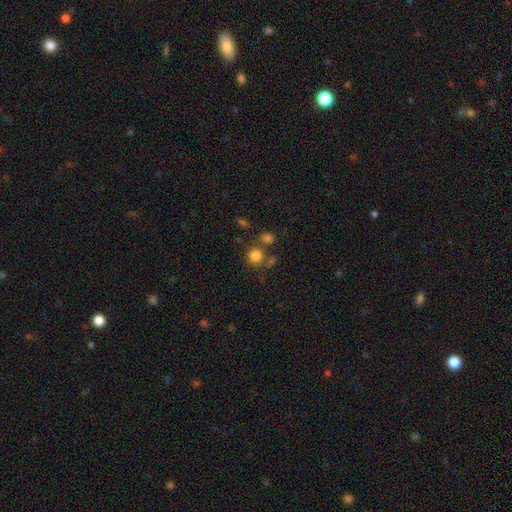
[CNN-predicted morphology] smooth_or_featured: smooth (p=0.81) [alt: star or artifact p=0.12]
how_rounded: round (p=0.85) [alt: in between p=0.14]
merging: none (p=0.62) [alt: merger p=0.21]